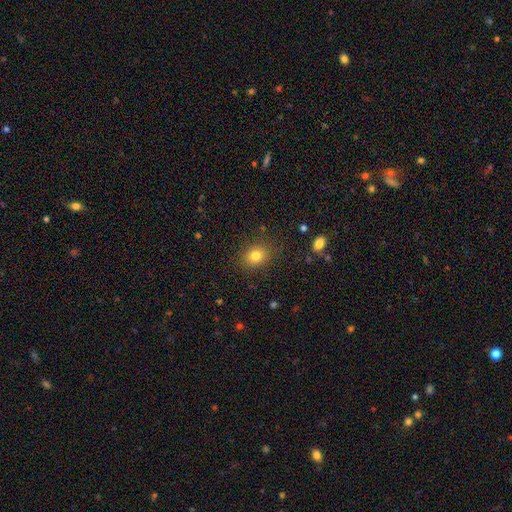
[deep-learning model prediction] Q: Smooth or featured?
A: smooth (79%); runner-up: star or artifact (12%)
Q: How rounded?
A: round (56%); runner-up: in between (43%)
Q: Merging?
A: none (85%); runner-up: minor disturbance (10%)